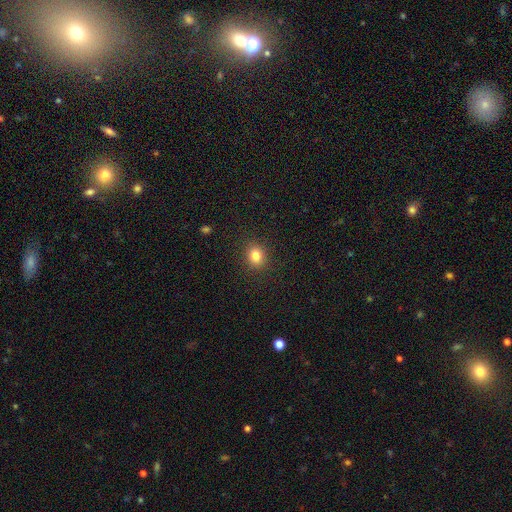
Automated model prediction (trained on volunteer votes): smooth_or_featured: smooth (p=0.82) [alt: star or artifact p=0.12]
how_rounded: round (p=0.64) [alt: in between p=0.36]
merging: none (p=0.89) [alt: minor disturbance p=0.07]